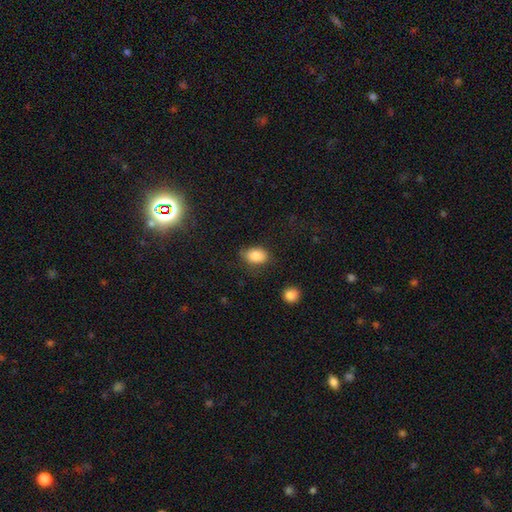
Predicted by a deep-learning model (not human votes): Smooth or featured?
  - smooth: 86% *
  - star or artifact: 8%
  - featured or disk: 6%
How rounded?
  - in between: 82% *
  - round: 17%
  - cigar-shaped: 1%
Merging?
  - none: 72% *
  - minor disturbance: 21%
  - major disturbance: 5%
  - merger: 2%